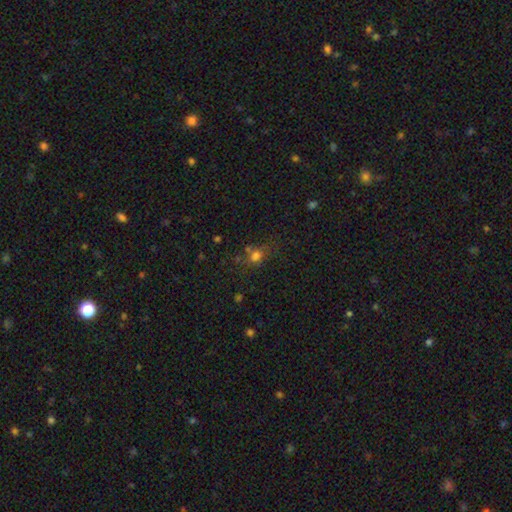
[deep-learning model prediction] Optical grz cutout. It shows a smooth galaxy with no disk features (69%) that is in between round and cigar-shaped (51%). Merging: none (54%).